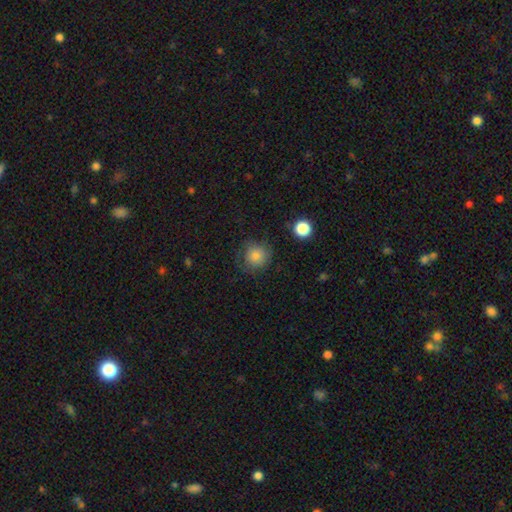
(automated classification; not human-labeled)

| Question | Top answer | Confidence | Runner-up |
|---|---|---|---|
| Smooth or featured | smooth | 79% | star or artifact (11%) |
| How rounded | round | 91% | in between (8%) |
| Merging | none | 73% | minor disturbance (18%) |